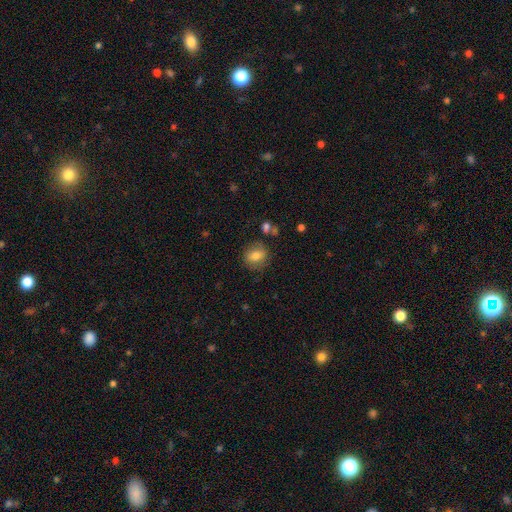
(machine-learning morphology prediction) This appears to be a smooth galaxy with no disk features (74%) that is round (65%). Merging: none (77%).